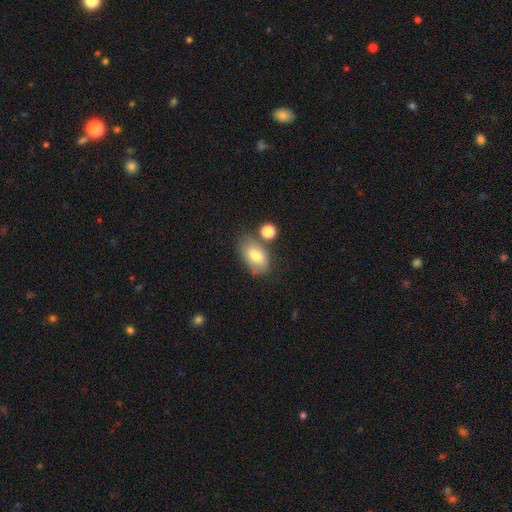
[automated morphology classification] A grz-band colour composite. It shows a smooth galaxy with no disk features (73%) that is in between round and cigar-shaped (89%). Merging: none (59%).